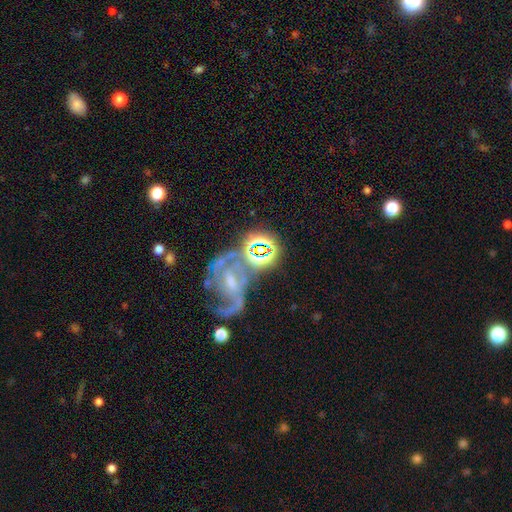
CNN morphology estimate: This is marginally a featured or disk galaxy (42%). Merging: marginally none (44%).